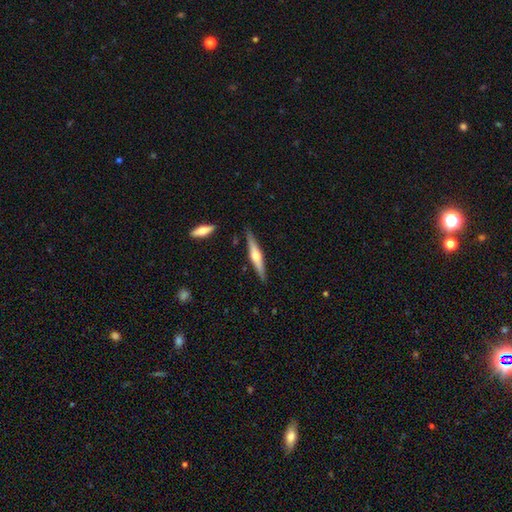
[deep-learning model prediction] This appears to be a featured or disk galaxy (61%) viewed edge-on (96%) with a rounded central bulge (88%). Merging: none (87%).